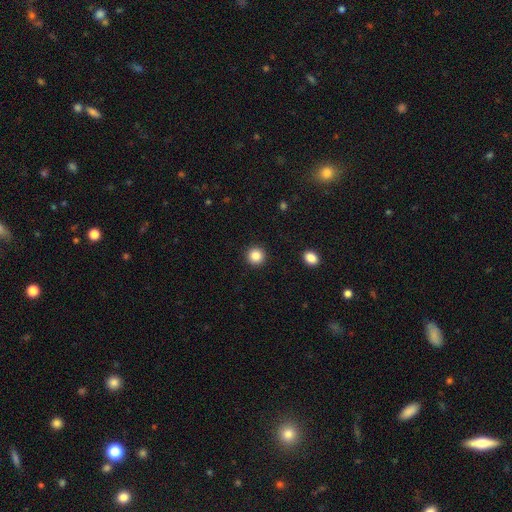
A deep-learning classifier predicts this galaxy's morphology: Smooth or featured? Predicted: smooth (p=0.85). How rounded? Predicted: round (p=0.95). Merging? Predicted: none (p=0.92).